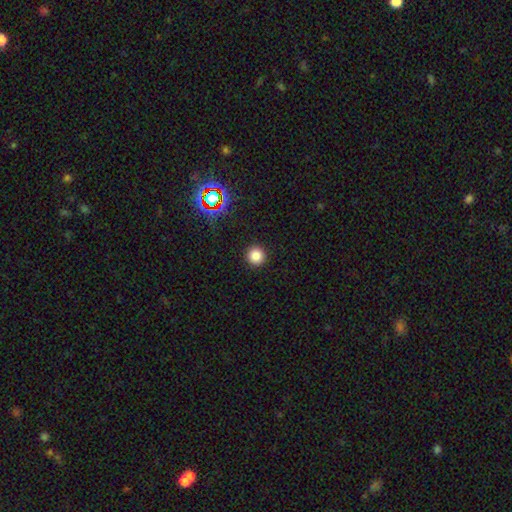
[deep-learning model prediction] This is clearly a smooth galaxy (82%). How rounded: clearly round (96%). Merging: clearly none (93%).